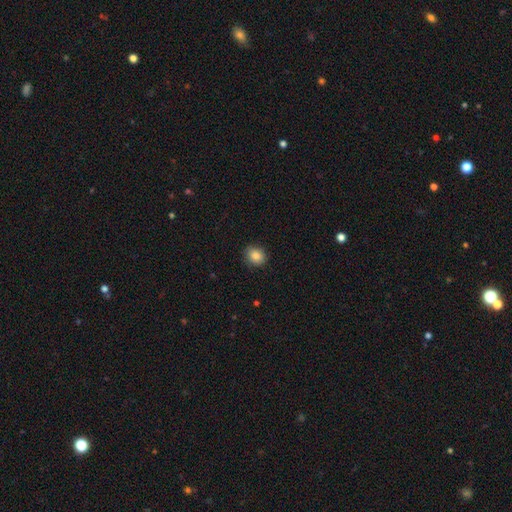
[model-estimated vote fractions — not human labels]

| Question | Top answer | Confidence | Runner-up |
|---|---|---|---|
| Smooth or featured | smooth | 85% | star or artifact (9%) |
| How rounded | round | 67% | in between (32%) |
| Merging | none | 87% | minor disturbance (10%) |